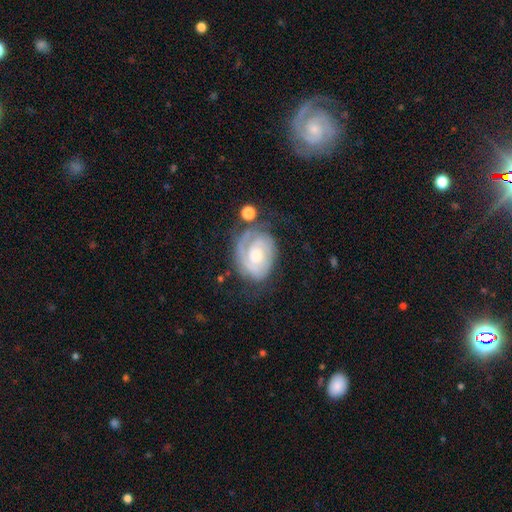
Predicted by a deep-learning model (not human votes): smooth-or-featured: featured or disk: 83% | smooth: 12% | star or artifact: 5%
  disk-edge-on: no: 97% | yes: 3%
    bar: no: 65% | weak: 30% | strong: 5%
    has-spiral-arms: yes: 94% | no: 6%
      spiral-winding: tight: 68% | medium: 26% | loose: 7%
      spiral-arm-count: 2: 45% | can't tell: 21% | 1: 18% | 3: 11% | 4: 3% | more than 4: 2%
    bulge-size: moderate: 56% | small: 32% | large: 8% | none: 3% | dominant: 1%
  merging: none: 58% | minor disturbance: 23% | major disturbance: 14% | merger: 5%